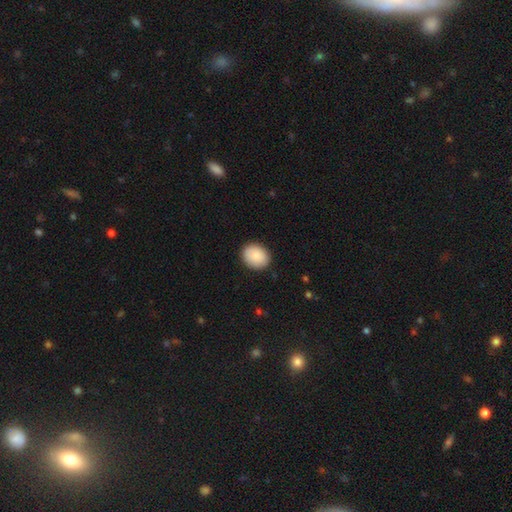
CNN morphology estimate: smooth 89%, star or artifact 6%, featured or disk 5%. Down the decision tree: how rounded — in between (52%); merging — none (89%).